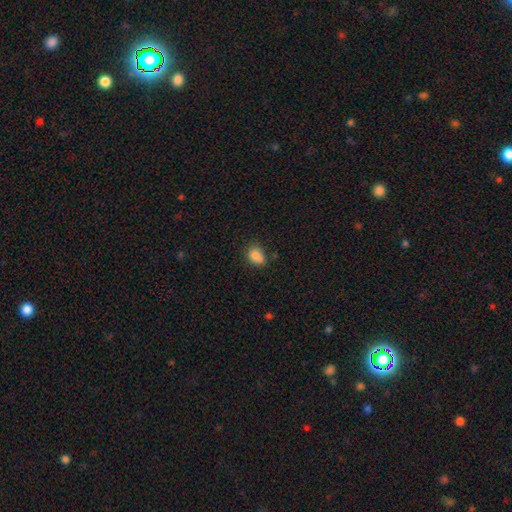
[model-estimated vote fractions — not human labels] smooth 84%, star or artifact 10%, featured or disk 6%. Down the decision tree: how rounded — in between (59%); merging — none (62%).